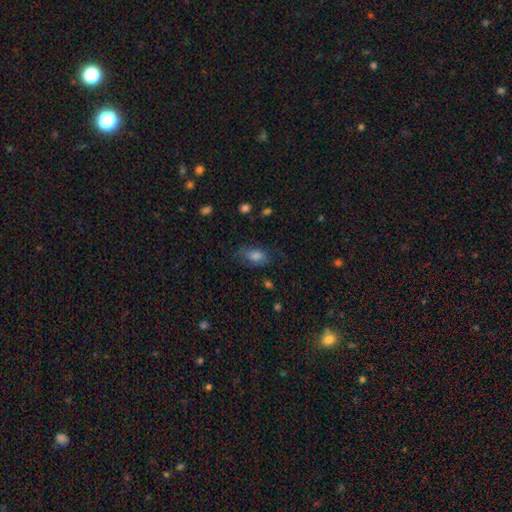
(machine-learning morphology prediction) smooth-or-featured: smooth: 67% | featured or disk: 19% | star or artifact: 13%
  how-rounded: in between: 85% | round: 9% | cigar-shaped: 6%
  merging: none: 66% | minor disturbance: 22% | major disturbance: 10% | merger: 2%